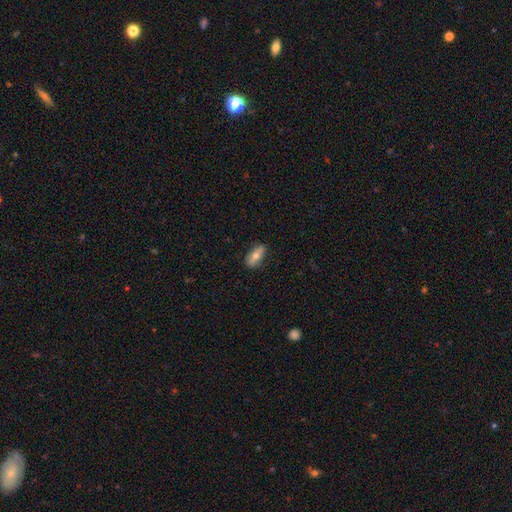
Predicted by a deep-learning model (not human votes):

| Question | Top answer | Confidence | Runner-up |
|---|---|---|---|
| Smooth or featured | smooth | 60% | featured or disk (33%) |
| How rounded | in between | 79% | cigar-shaped (16%) |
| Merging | none | 82% | minor disturbance (14%) |